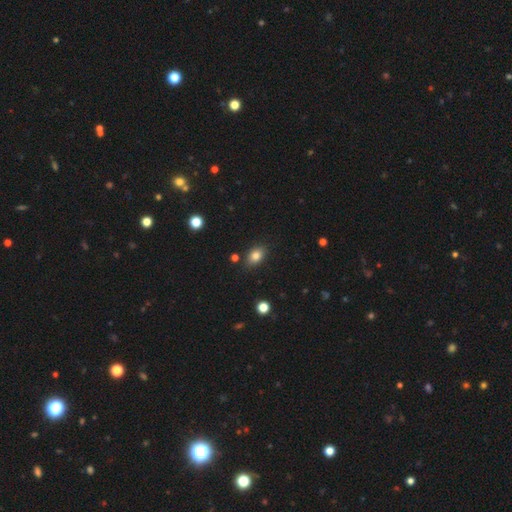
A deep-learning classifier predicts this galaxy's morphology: Overall: smooth (81%). How rounded: in between (80%). Merging: none (83%).